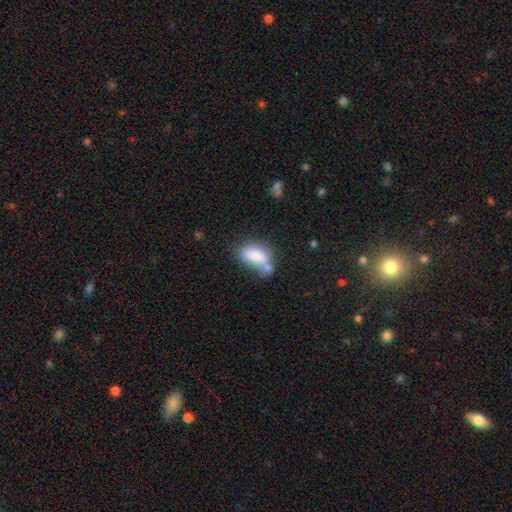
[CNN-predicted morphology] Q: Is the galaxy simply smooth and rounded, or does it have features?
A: smooth — 78%.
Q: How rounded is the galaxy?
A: in between — 87%.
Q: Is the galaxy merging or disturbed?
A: none — 42%.